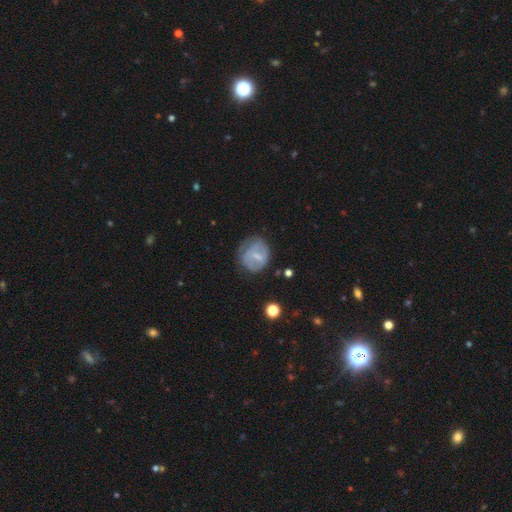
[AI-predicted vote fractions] featured or disk 48%, smooth 44%, star or artifact 8%. Down the decision tree: merging — none (54%).